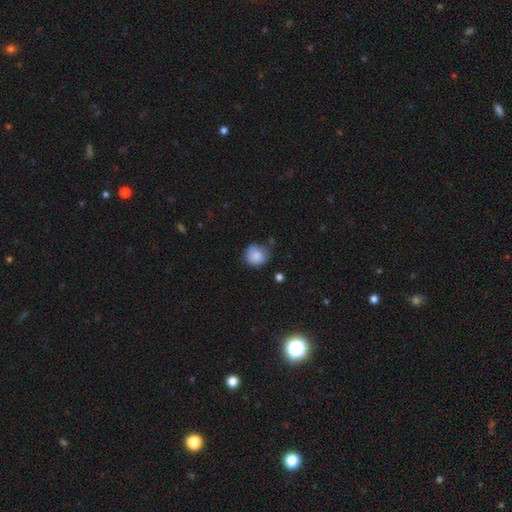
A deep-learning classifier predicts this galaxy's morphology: This is clearly a smooth galaxy (84%). How rounded: clearly round (83%). Merging: likely none (61%).